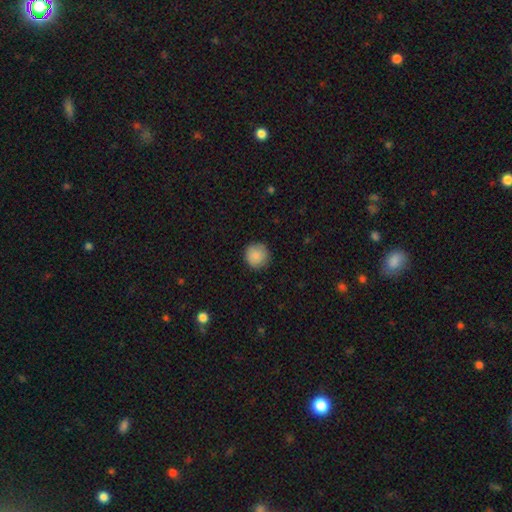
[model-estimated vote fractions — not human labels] Smooth or featured: smooth — 88% (star or artifact — 8%)
How rounded: round — 94% (in between — 5%)
Merging: none — 88% (minor disturbance — 9%)